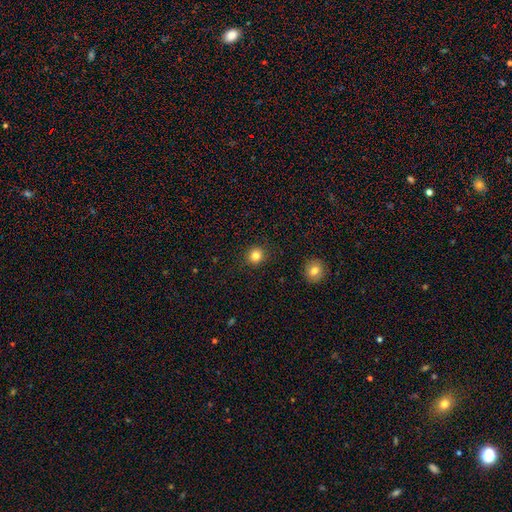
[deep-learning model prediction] The model was most divided on "smooth or featured": smooth: 83%, star or artifact: 12%, featured or disk: 5%. More confident: merging — none (91%); how rounded — round (89%).